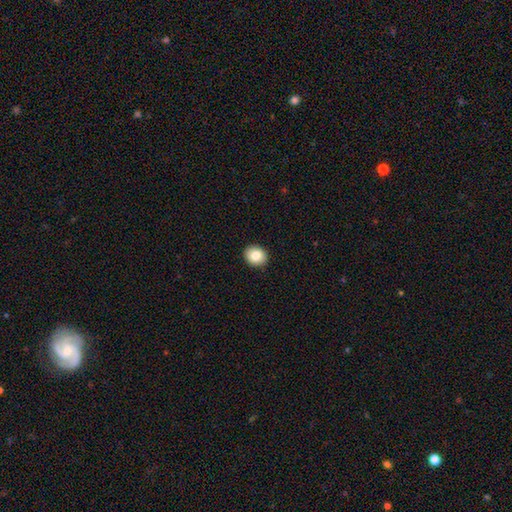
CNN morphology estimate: This appears to be a smooth galaxy with no disk features (83%) that is round (66%). Merging: none (92%).